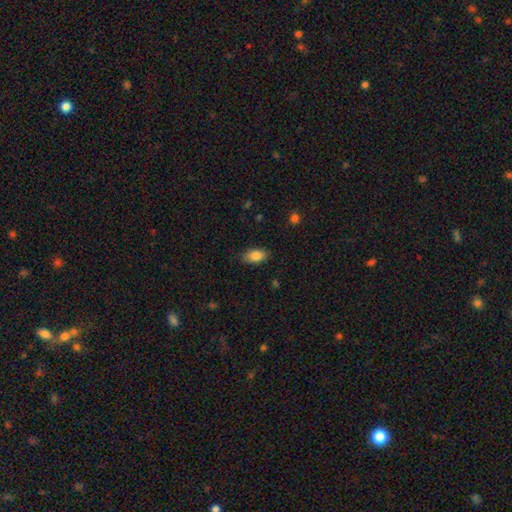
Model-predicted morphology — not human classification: type=smooth (85%); roundness=in between (91%); merging=none (85%).